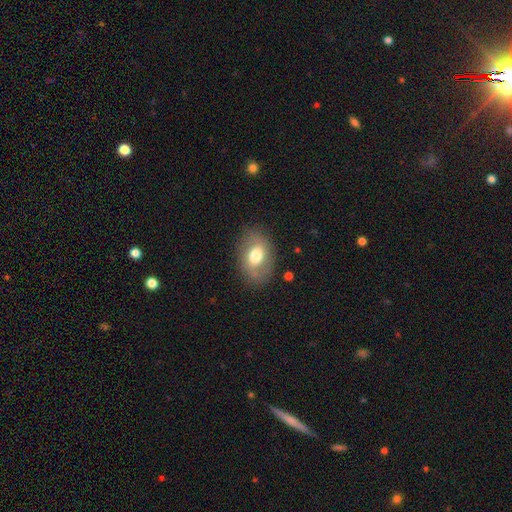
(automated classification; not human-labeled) The model was most divided on "smooth or featured": smooth: 60%, featured or disk: 32%, star or artifact: 7%. More confident: how rounded — in between (80%); merging — none (79%).